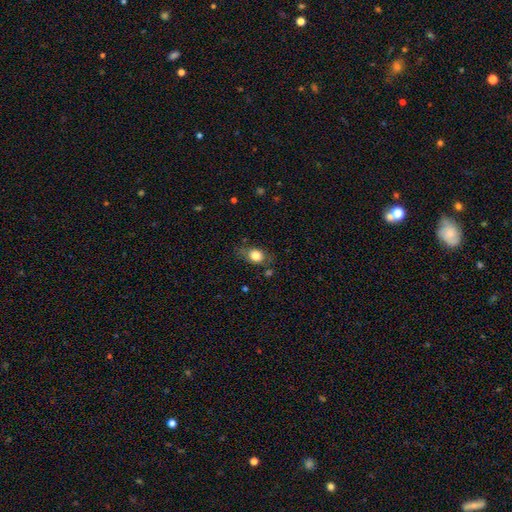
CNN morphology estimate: smooth-or-featured: smooth: 80% | featured or disk: 11% | star or artifact: 9%
  how-rounded: in between: 61% | round: 37% | cigar-shaped: 2%
  merging: none: 69% | minor disturbance: 21% | major disturbance: 7% | merger: 3%